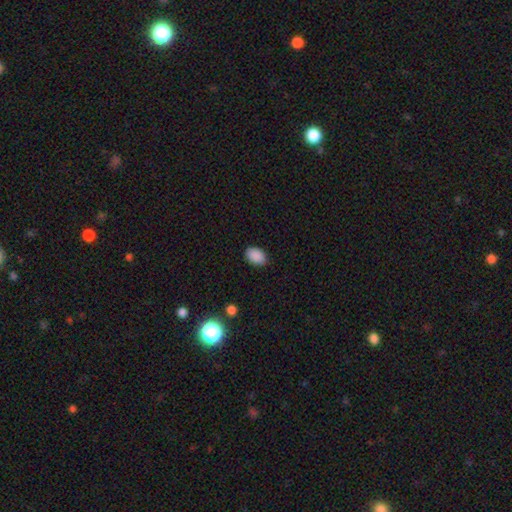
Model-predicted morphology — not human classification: Q: Smooth or featured?
A: smooth (89%); runner-up: star or artifact (8%)
Q: How rounded?
A: in between (86%); runner-up: round (13%)
Q: Merging?
A: none (87%); runner-up: minor disturbance (10%)